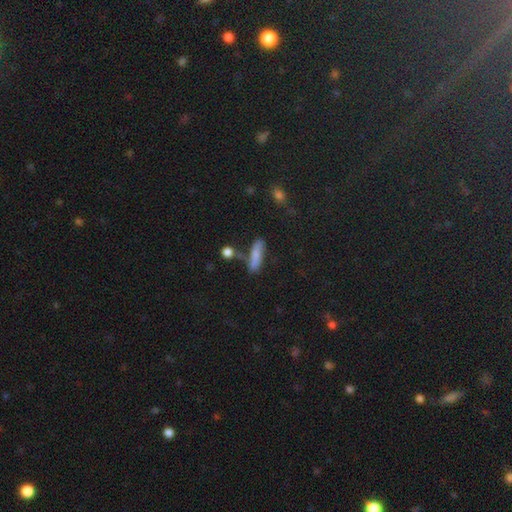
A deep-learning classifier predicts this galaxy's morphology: Overall: smooth (74%). How rounded: cigar-shaped (68%; in between 29%). Merging: none (60%).